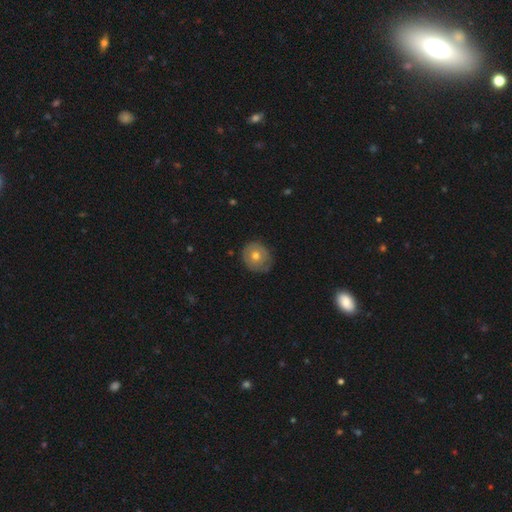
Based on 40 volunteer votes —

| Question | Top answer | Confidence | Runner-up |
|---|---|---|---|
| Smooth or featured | smooth | 68% | featured or disk (28%) |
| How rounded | round | 74% | in between (26%) |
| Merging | none | 68% | minor disturbance (32%) |